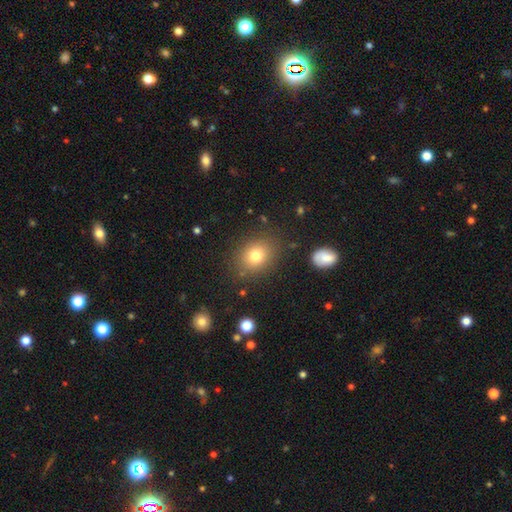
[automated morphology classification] A smooth galaxy with no disk features (78%) that is round (51%).

Vote fractions:
- Smooth or featured? smooth: 78% / star or artifact: 12% / featured or disk: 10%
- How rounded? round: 51% / in between: 48% / cigar-shaped: 1%
- Merging? none: 82% / minor disturbance: 11% / major disturbance: 4% / merger: 3%